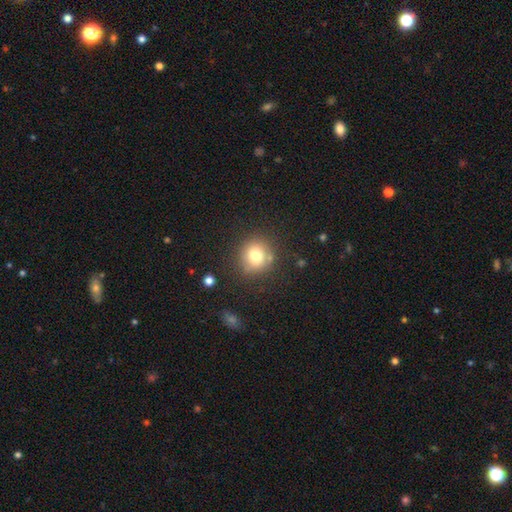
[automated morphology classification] A smooth galaxy with no disk features (76%) that is round (88%). Merging: none (79%).